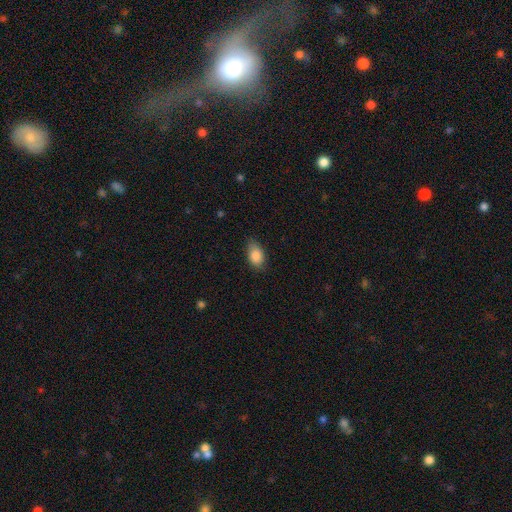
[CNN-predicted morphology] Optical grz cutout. It shows a smooth galaxy with no disk features (87%) that is in between round and cigar-shaped (88%). Merging: none (75%).